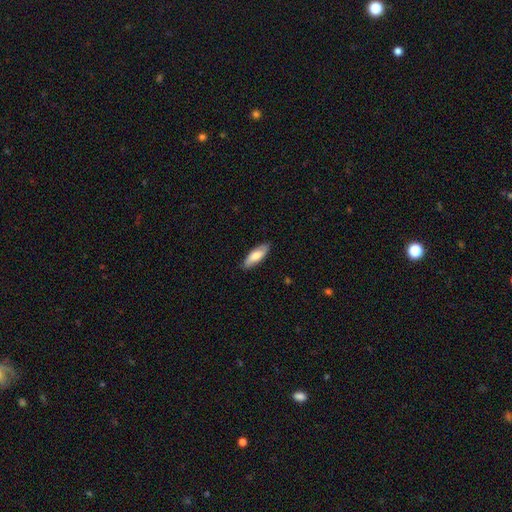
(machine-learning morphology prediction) smooth_or_featured: smooth (p=0.70) [alt: featured or disk p=0.24]
how_rounded: in between (p=0.63) [alt: cigar-shaped p=0.35]
merging: none (p=0.85) [alt: minor disturbance p=0.12]